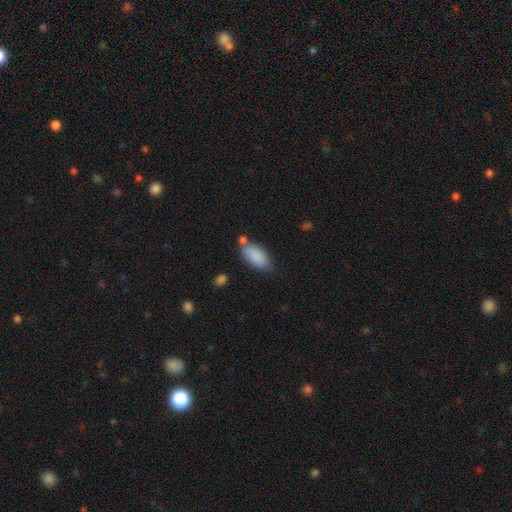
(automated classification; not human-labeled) A smooth galaxy with no disk features (86%) that is in between round and cigar-shaped (89%).

Vote fractions:
- Smooth or featured? smooth: 86% / featured or disk: 7% / star or artifact: 7%
- How rounded? in between: 89% / cigar-shaped: 8% / round: 3%
- Merging? none: 57% / minor disturbance: 24% / merger: 14% / major disturbance: 6%